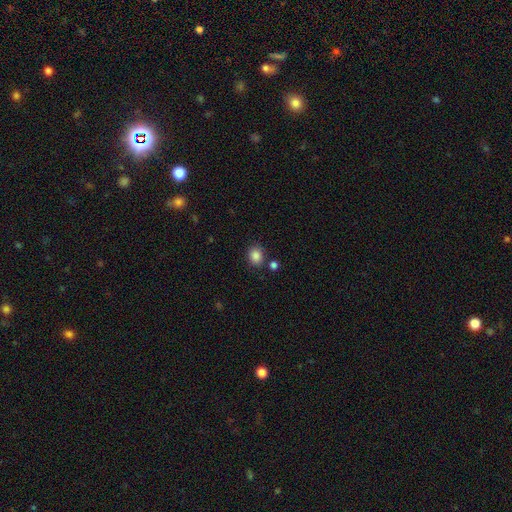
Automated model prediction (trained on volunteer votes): Smooth or featured: smooth — 86% (star or artifact — 10%)
How rounded: round — 62% (in between — 37%)
Merging: none — 79% (minor disturbance — 11%)